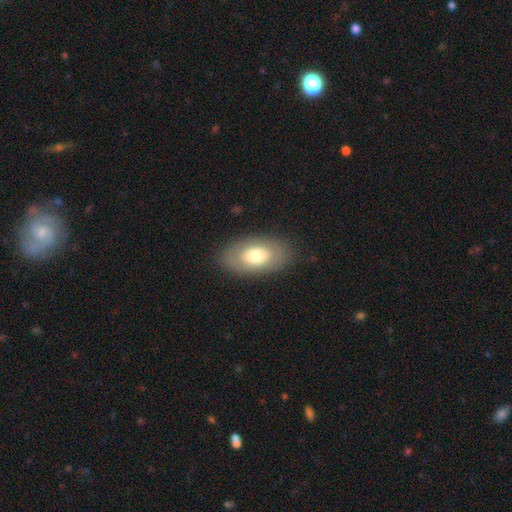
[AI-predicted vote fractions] This is likely a smooth galaxy (63%). How rounded: clearly in between (92%). Merging: clearly none (84%).